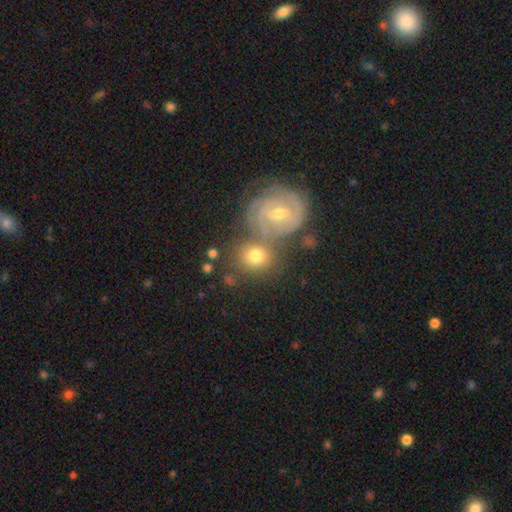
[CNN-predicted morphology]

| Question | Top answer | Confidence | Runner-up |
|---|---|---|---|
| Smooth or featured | smooth | 55% | featured or disk (35%) |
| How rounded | round | 71% | in between (27%) |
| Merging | none | 49% | merger (33%) |